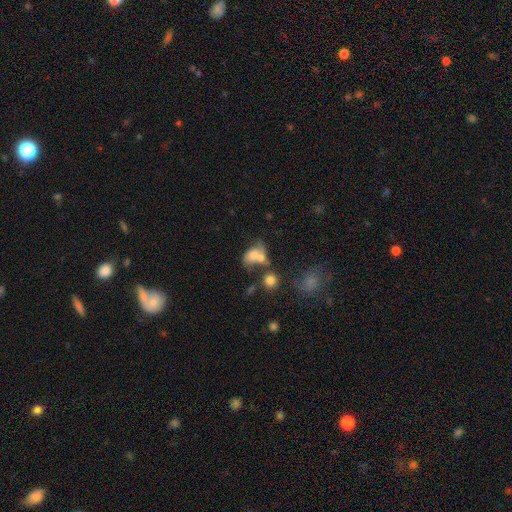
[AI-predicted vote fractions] Overall: smooth (59%; featured or disk 28%). How rounded: in between (71%). Merging: merger (49%; none 25%).